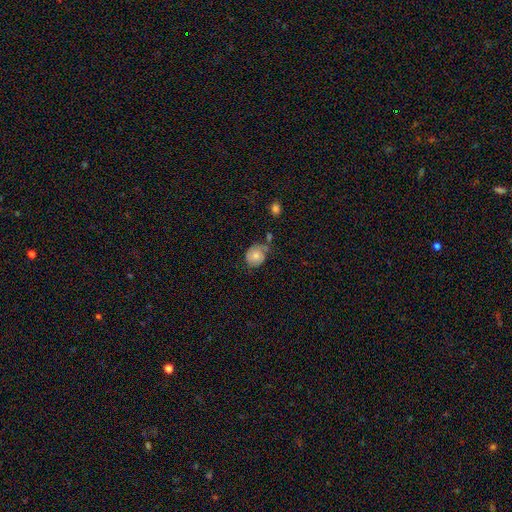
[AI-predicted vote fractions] A smooth galaxy with no disk features (67%) that is round (64%). Merging: none (53%).